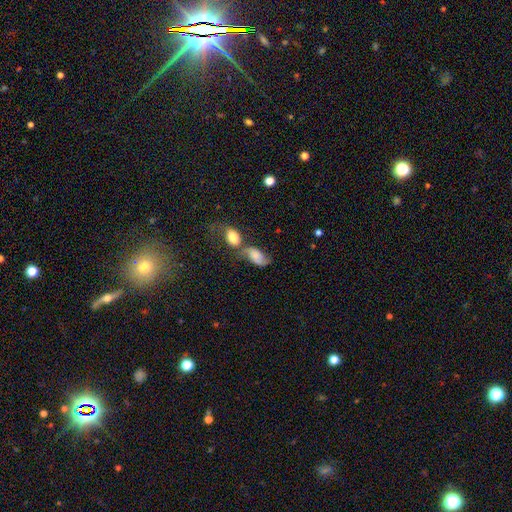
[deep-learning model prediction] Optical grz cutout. It shows a featured or disk galaxy (46%). Merging: merger (42%).